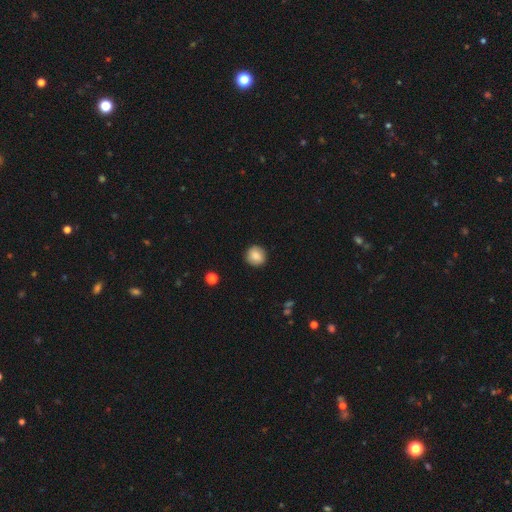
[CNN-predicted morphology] A smooth galaxy with no disk features (84%) that is round (92%). Merging: none (90%).